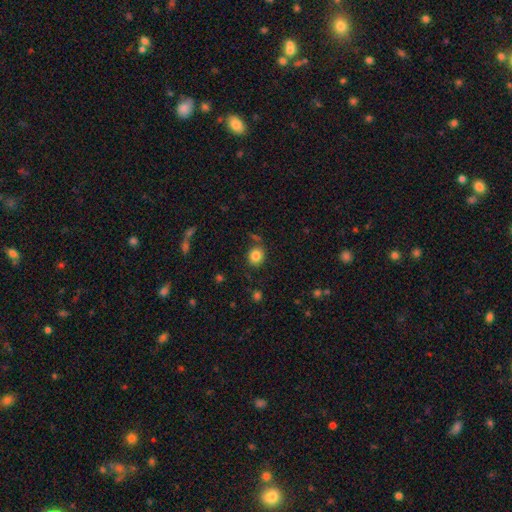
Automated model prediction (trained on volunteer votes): This appears to be a smooth galaxy with no disk features (83%) that is round (77%). Merging: none (78%).